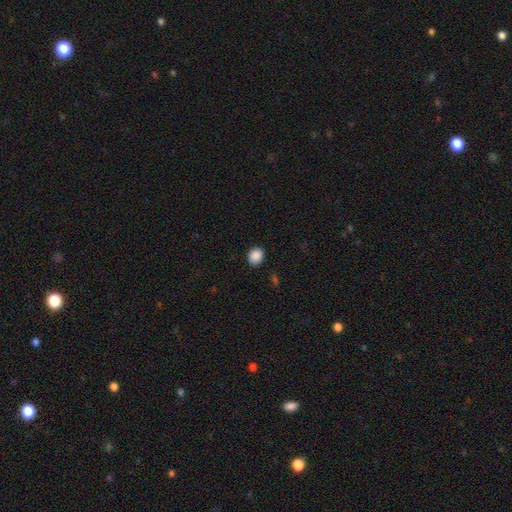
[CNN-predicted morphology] This is clearly a smooth galaxy (89%). How rounded: possibly round (57%). Merging: clearly none (89%).